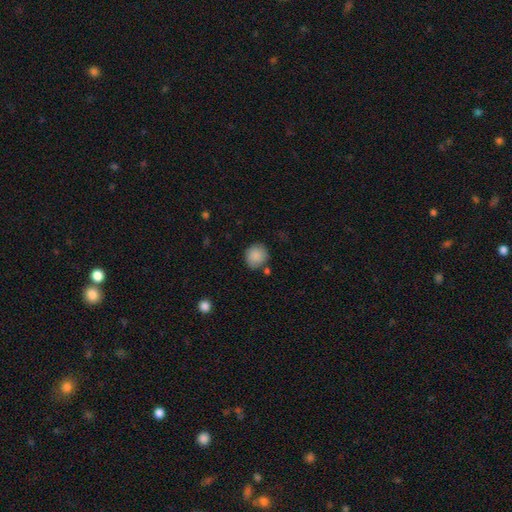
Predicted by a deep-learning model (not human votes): Smooth or featured? Predicted: smooth (p=0.88). How rounded? Predicted: round (p=0.87). Merging? Predicted: none (p=0.79).